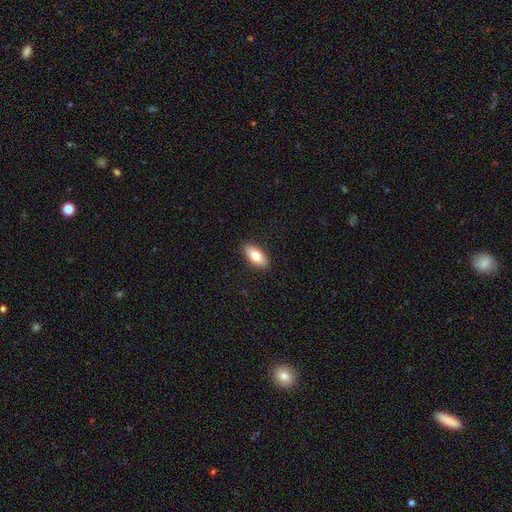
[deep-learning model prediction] Q: Smooth or featured?
A: smooth (76%); runner-up: featured or disk (18%)
Q: How rounded?
A: in between (87%); runner-up: cigar-shaped (10%)
Q: Merging?
A: none (90%); runner-up: minor disturbance (8%)